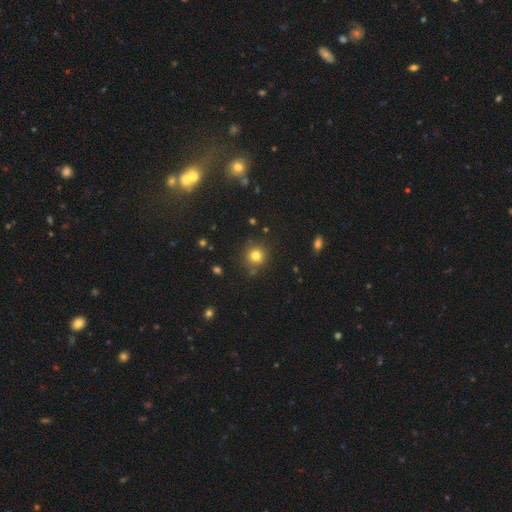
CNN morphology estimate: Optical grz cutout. It shows a smooth galaxy with no disk features (78%) that is round (93%). Merging: none (85%).